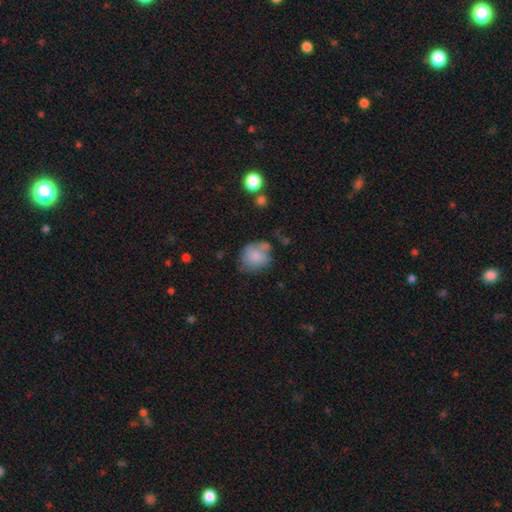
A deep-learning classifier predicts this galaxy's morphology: The model was most divided on "merging": none: 46%, minor disturbance: 30%, major disturbance: 16%, merger: 8%. More confident: smooth or featured — smooth (69%); how rounded — round (63%).